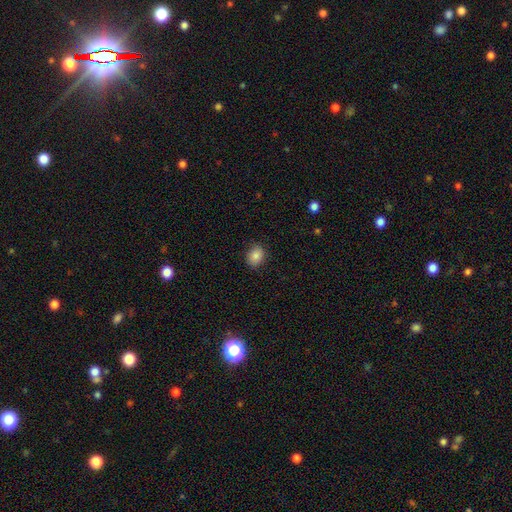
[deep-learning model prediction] Smooth or featured?
  - smooth: 86% *
  - star or artifact: 9%
  - featured or disk: 5%
How rounded?
  - in between: 54% *
  - round: 45%
  - cigar-shaped: 1%
Merging?
  - none: 86% *
  - minor disturbance: 10%
  - major disturbance: 2%
  - merger: 1%